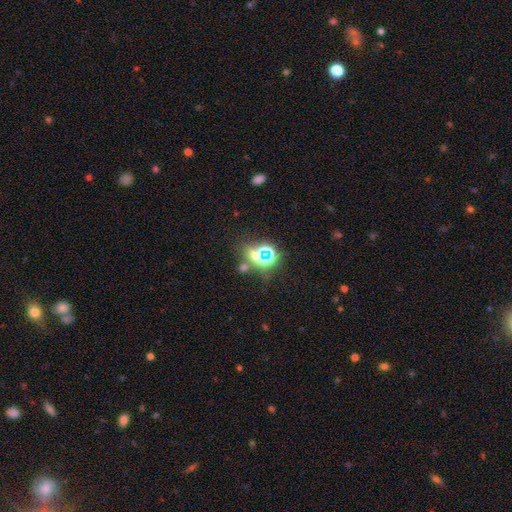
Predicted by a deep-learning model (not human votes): smooth_or_featured: star or artifact (p=0.58) [alt: smooth p=0.31]